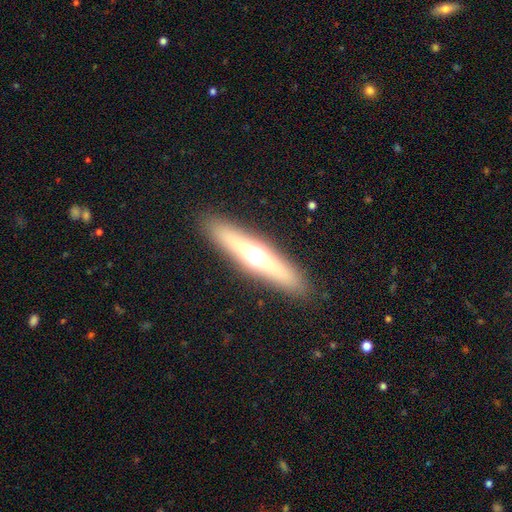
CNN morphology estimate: Smooth or featured?
  - featured or disk: 51% *
  - smooth: 40%
  - star or artifact: 9%
Edge-on disk?
  - yes: 88% *
  - no: 12%
Merging?
  - none: 89% *
  - minor disturbance: 7%
  - major disturbance: 3%
  - merger: 1%